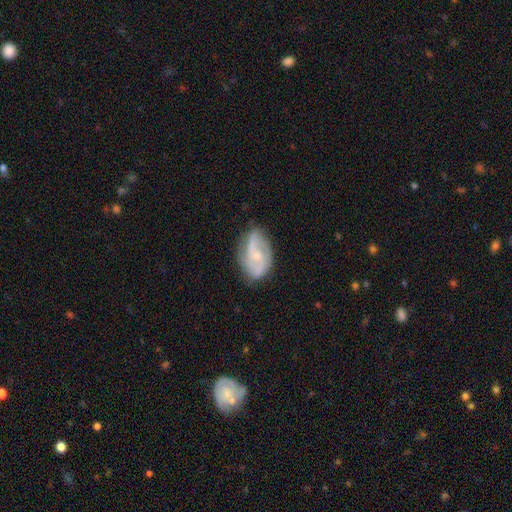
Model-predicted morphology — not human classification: A featured or disk galaxy (72%) with no bar (53%), 2 (69%) medium (43%) spiral arms (87%) and a small central bulge (63%). Merging: none (69%).